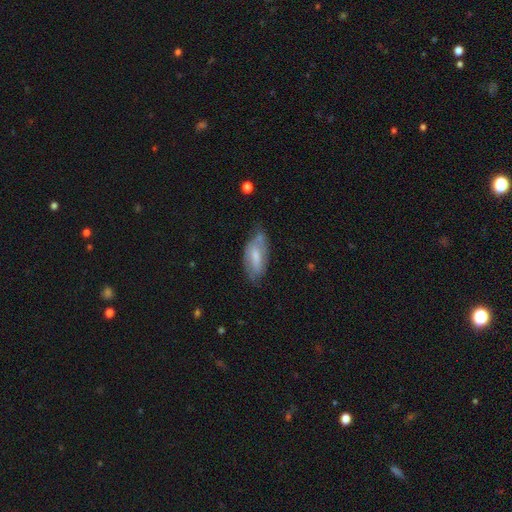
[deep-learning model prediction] A smooth galaxy with no disk features (48%). Merging: none (54%).